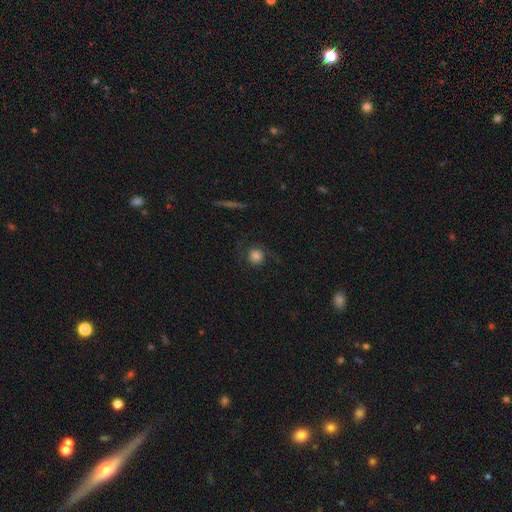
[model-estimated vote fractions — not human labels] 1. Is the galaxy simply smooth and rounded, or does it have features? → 62% smooth, 27% featured or disk, 11% star or artifact.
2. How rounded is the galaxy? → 91% round, 7% in between, 1% cigar-shaped.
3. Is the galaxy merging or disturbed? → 73% none, 14% minor disturbance, 11% major disturbance, 2% merger.